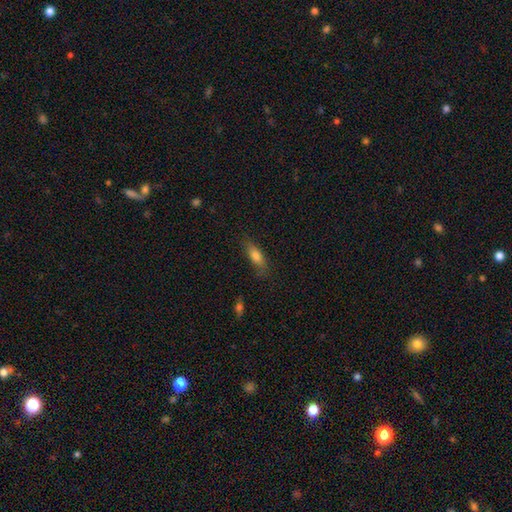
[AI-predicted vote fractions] Overall: smooth (77%). How rounded: in between (61%; cigar-shaped 36%). Merging: none (76%).